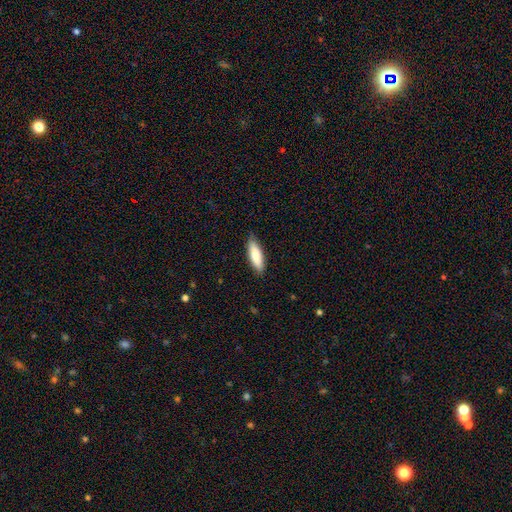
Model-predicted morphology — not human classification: Smooth or featured: smooth — 79% (featured or disk — 16%)
How rounded: in between — 49% (tied with cigar-shaped — 49%)
Merging: none — 85% (minor disturbance — 12%)